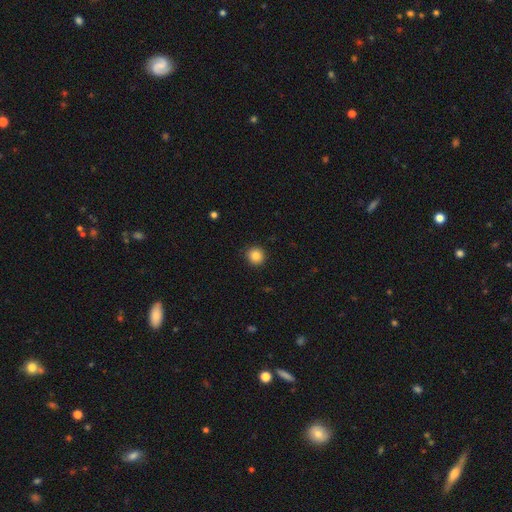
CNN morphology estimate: Overall: smooth (85%). How rounded: round (94%). Merging: none (92%).